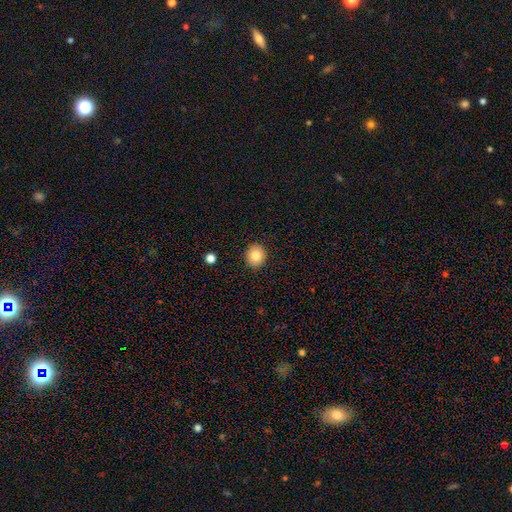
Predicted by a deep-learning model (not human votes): Smooth or featured? Predicted: smooth (p=0.84). How rounded? Predicted: round (p=0.87). Merging? Predicted: none (p=0.92).